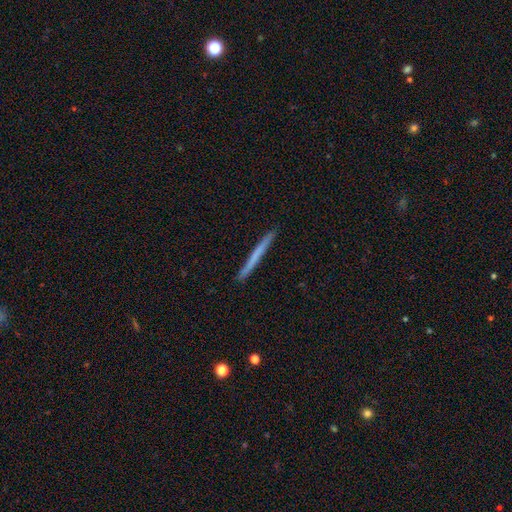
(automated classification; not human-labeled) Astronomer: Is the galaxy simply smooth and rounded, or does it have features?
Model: smooth — 56% (runner-up: featured or disk, 38%).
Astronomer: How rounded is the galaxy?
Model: cigar-shaped — 97%.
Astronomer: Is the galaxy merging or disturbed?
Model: none — 92%.